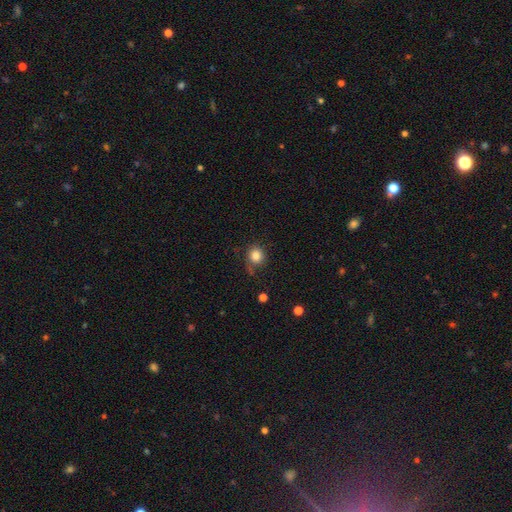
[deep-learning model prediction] Smooth or featured: smooth — 83% (star or artifact — 11%)
How rounded: round — 85% (in between — 14%)
Merging: none — 69% (minor disturbance — 20%)